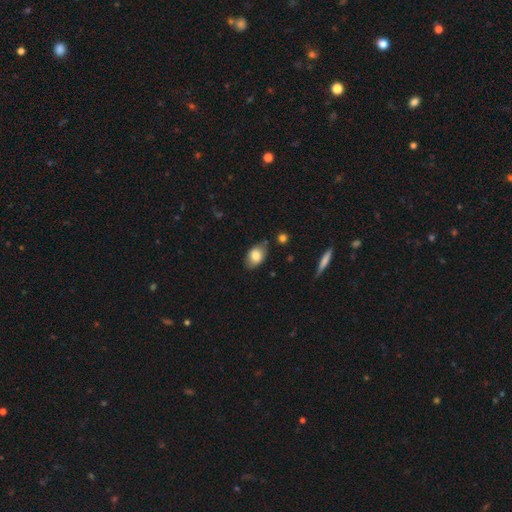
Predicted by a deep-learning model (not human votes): smooth_or_featured: smooth (p=0.80) [alt: featured or disk p=0.12]
how_rounded: in between (p=0.85) [alt: round p=0.13]
merging: none (p=0.76) [alt: minor disturbance p=0.17]